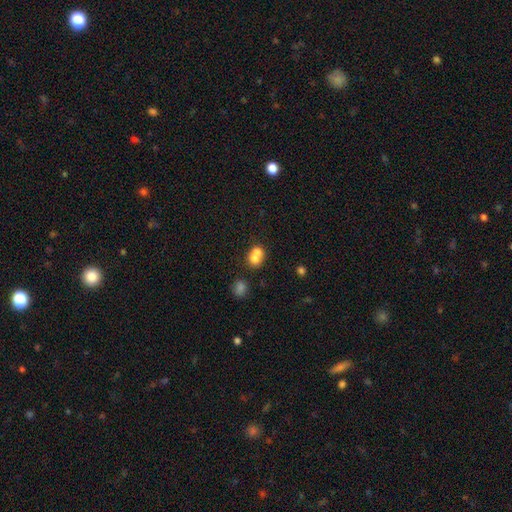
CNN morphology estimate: Smooth or featured? smooth (71%)
How rounded? round (66%)
Merging? merger (66%)